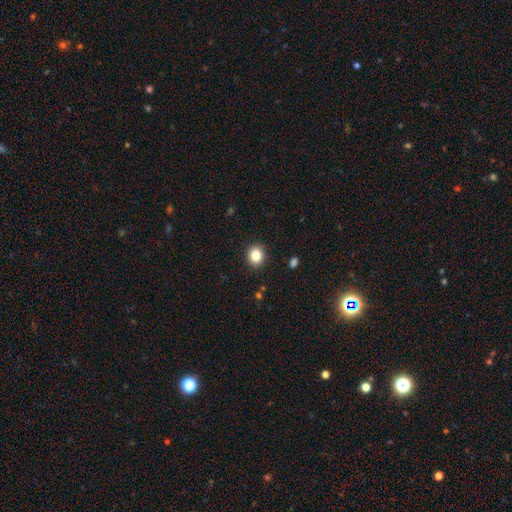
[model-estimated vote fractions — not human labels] smooth-or-featured: smooth: 84% | star or artifact: 10% | featured or disk: 5%
  how-rounded: round: 75% | in between: 24% | cigar-shaped: 1%
  merging: none: 90% | minor disturbance: 7% | major disturbance: 2% | merger: 1%